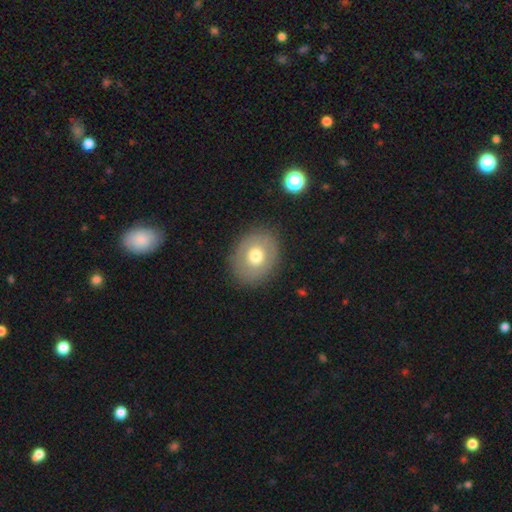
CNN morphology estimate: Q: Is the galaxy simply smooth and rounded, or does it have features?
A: smooth — 58%.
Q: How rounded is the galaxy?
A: round — 54%.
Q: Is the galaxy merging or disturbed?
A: none — 84%.